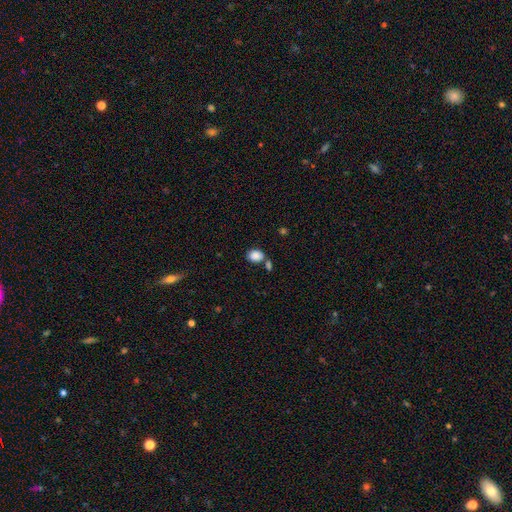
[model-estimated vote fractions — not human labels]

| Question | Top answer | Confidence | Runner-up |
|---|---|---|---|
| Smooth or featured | smooth | 87% | star or artifact (9%) |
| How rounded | in between | 62% | round (37%) |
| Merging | none | 63% | merger (20%) |